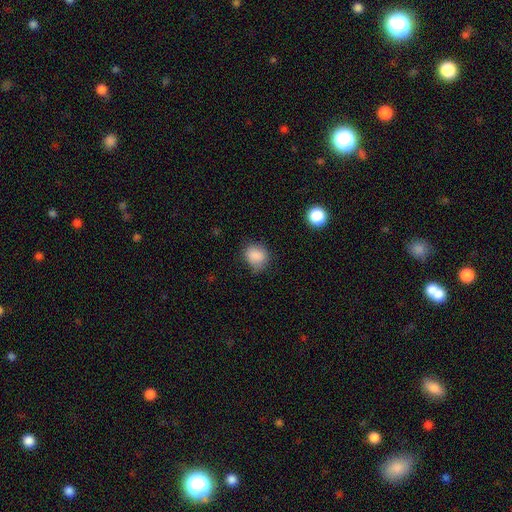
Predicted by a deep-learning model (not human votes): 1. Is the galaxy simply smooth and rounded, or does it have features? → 86% smooth, 10% star or artifact, 5% featured or disk.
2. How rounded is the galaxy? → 60% round, 39% in between, 1% cigar-shaped.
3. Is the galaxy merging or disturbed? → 66% none, 26% minor disturbance, 7% major disturbance, 2% merger.